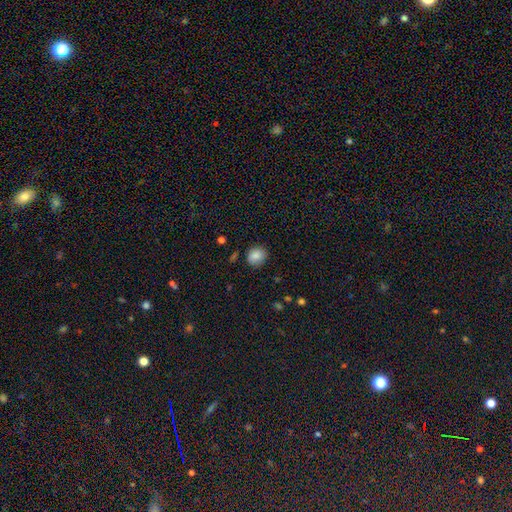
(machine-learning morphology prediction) This appears to be a smooth galaxy with no disk features (85%) that is round (72%). Merging: none (83%).